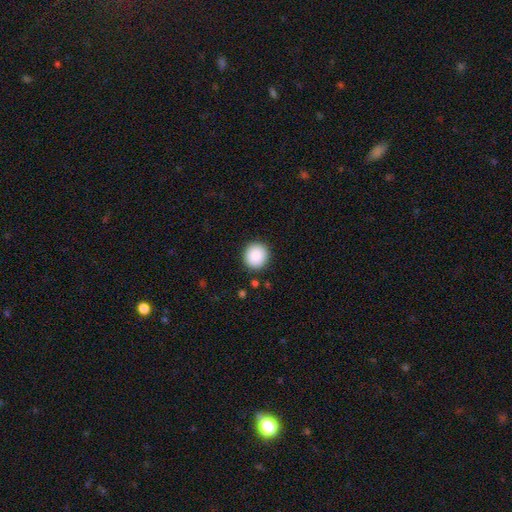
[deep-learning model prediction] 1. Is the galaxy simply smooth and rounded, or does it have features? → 89% smooth, 8% star or artifact, 3% featured or disk.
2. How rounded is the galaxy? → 91% round, 9% in between, 1% cigar-shaped.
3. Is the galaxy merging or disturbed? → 91% none, 6% minor disturbance, 2% major disturbance, 1% merger.